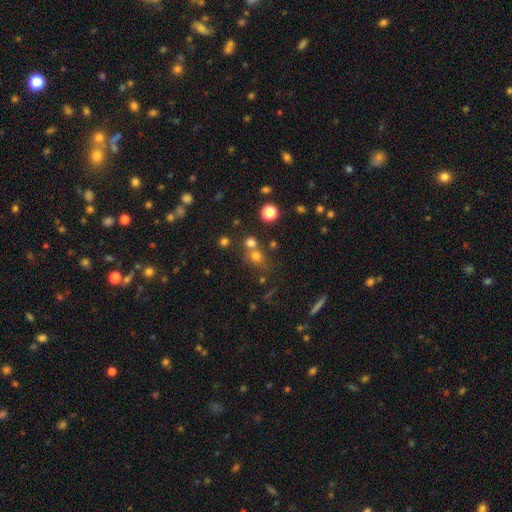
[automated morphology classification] Smooth or featured? smooth (67%)
How rounded? round (80%)
Merging? none (54%)